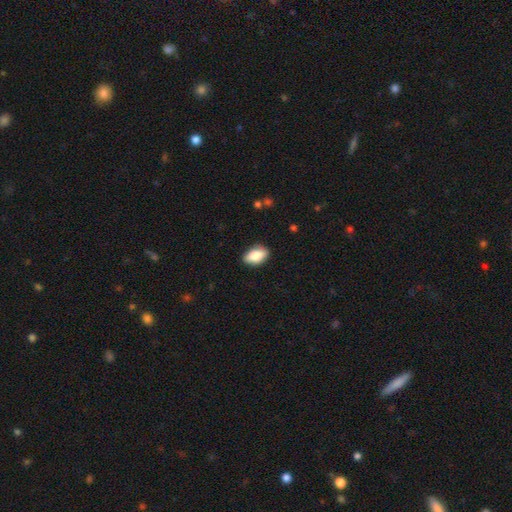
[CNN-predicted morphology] A smooth galaxy with no disk features (80%) that is in between round and cigar-shaped (90%). Merging: none (85%).